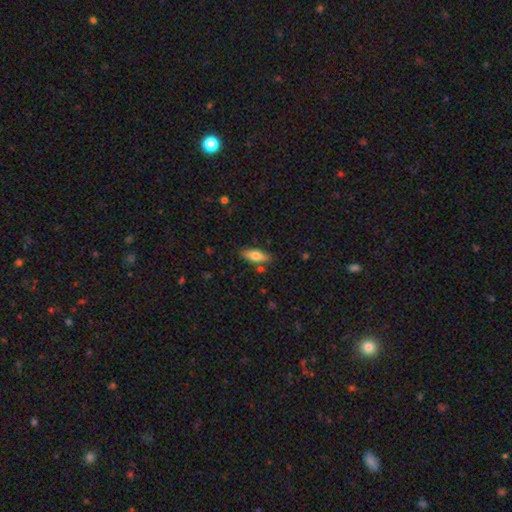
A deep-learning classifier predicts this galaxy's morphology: Overall: smooth (75%). How rounded: in between (71%). Merging: none (81%).